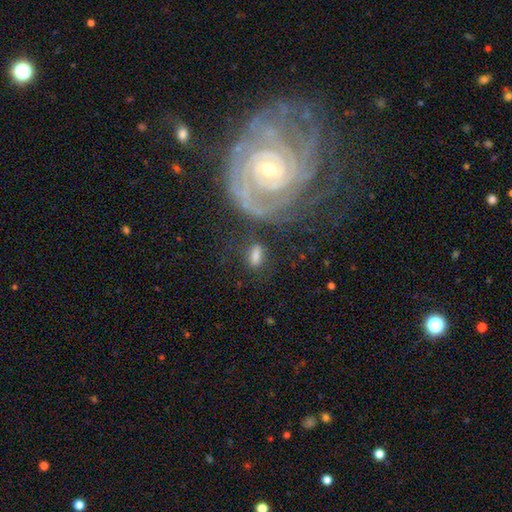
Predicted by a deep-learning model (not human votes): The model was most divided on "merging": none: 65%, minor disturbance: 17%, major disturbance: 10%, merger: 8%. More confident: how rounded — in between (85%); smooth or featured — smooth (72%).